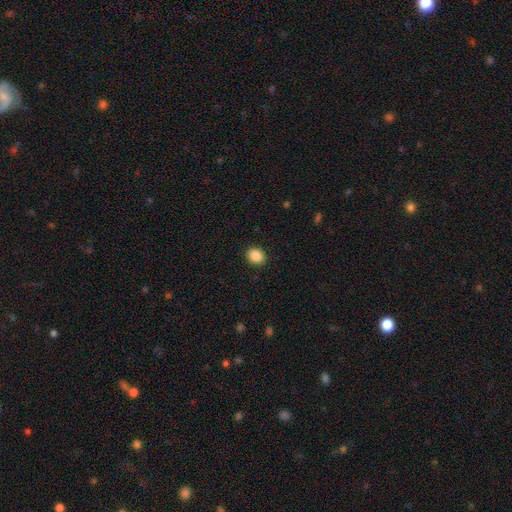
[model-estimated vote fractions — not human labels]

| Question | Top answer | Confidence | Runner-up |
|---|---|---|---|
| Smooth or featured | smooth | 88% | star or artifact (9%) |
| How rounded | round | 62% | in between (37%) |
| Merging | none | 91% | minor disturbance (6%) |